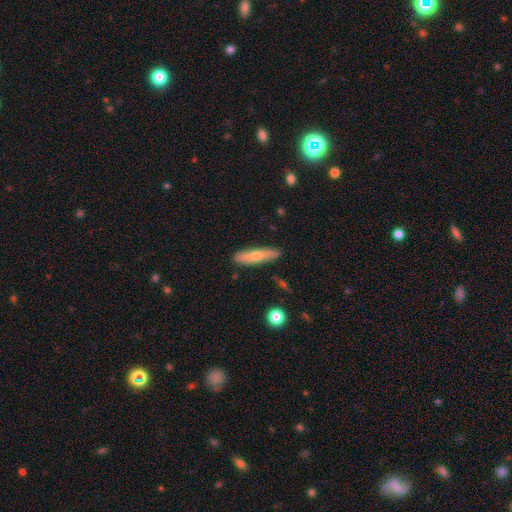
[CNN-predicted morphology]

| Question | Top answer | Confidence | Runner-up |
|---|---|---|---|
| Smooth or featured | smooth | 63% | featured or disk (31%) |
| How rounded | cigar-shaped | 79% | in between (19%) |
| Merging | none | 86% | minor disturbance (10%) |